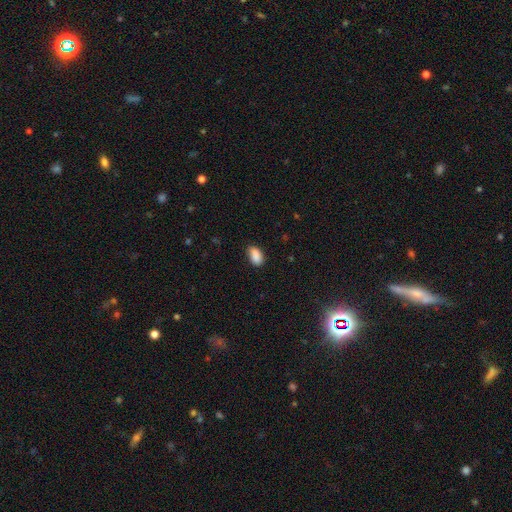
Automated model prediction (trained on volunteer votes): smooth 89%, star or artifact 8%, featured or disk 3%. Down the decision tree: how rounded — in between (91%); merging — none (76%).